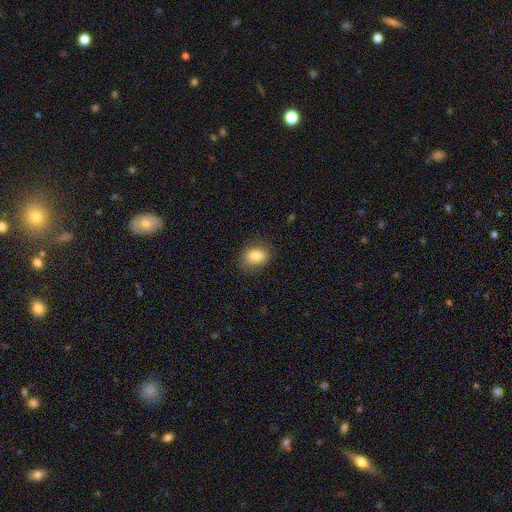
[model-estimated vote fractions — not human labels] Morphology: type=smooth (77%); roundness=in between (63%); merging=none (79%).